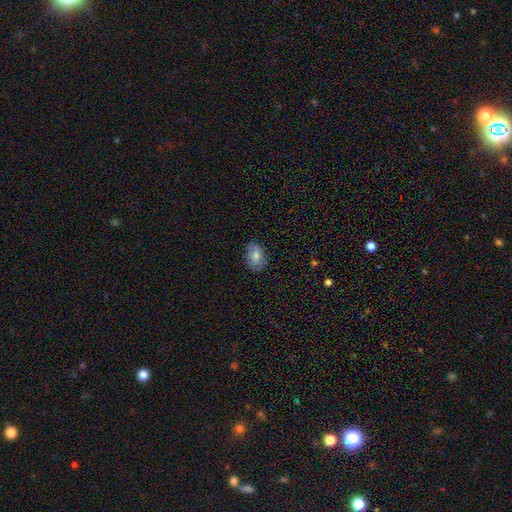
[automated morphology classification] A smooth galaxy with no disk features (80%) that is in between round and cigar-shaped (85%). Merging: none (78%).